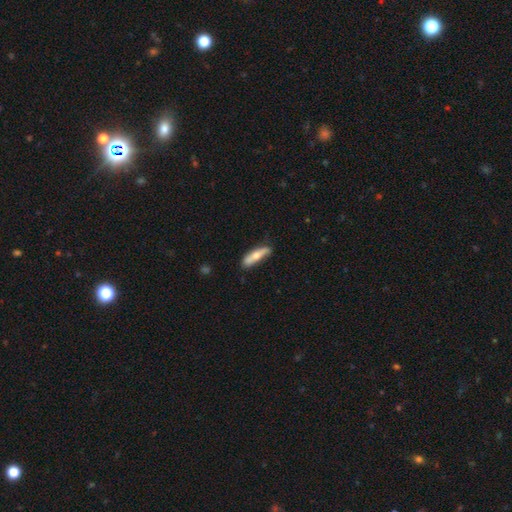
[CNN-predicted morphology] smooth-or-featured: smooth: 62% | featured or disk: 32% | star or artifact: 6%
  how-rounded: cigar-shaped: 69% | in between: 29% | round: 2%
  merging: none: 74% | minor disturbance: 20% | major disturbance: 4% | merger: 2%